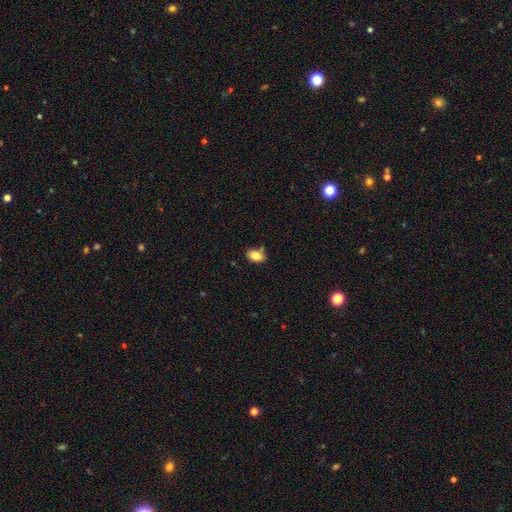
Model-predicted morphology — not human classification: This appears to be a smooth galaxy with no disk features (83%) that is in between round and cigar-shaped (88%). Merging: none (73%).